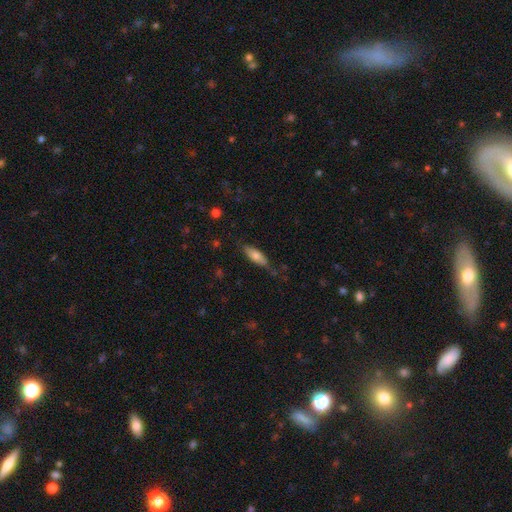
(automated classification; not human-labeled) This appears to be a smooth galaxy with no disk features (70%) that is in between round and cigar-shaped (60%). Merging: none (70%).